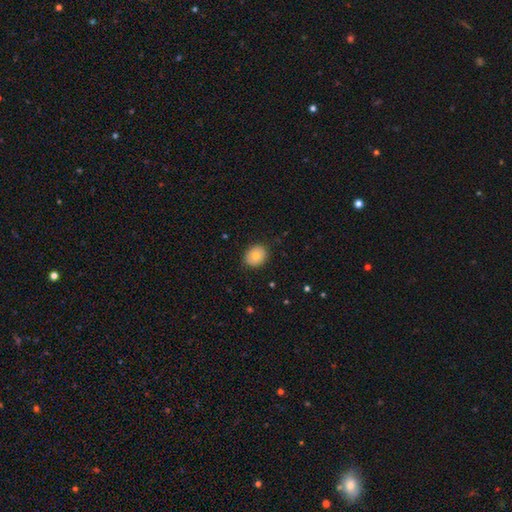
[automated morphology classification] A smooth galaxy with no disk features (74%) that is round (65%).

Vote fractions:
- Smooth or featured? smooth: 74% / featured or disk: 19% / star or artifact: 8%
- How rounded? round: 65% / in between: 34% / cigar-shaped: 1%
- Merging? none: 87% / minor disturbance: 9% / major disturbance: 2% / merger: 1%